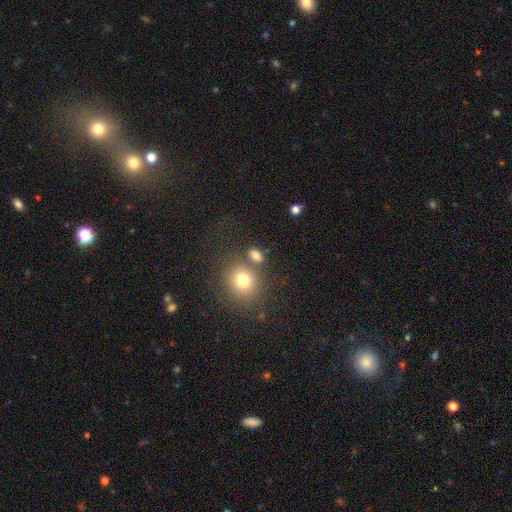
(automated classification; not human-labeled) Overall: smooth (78%). How rounded: in between (63%; round 34%). Merging: none (64%).